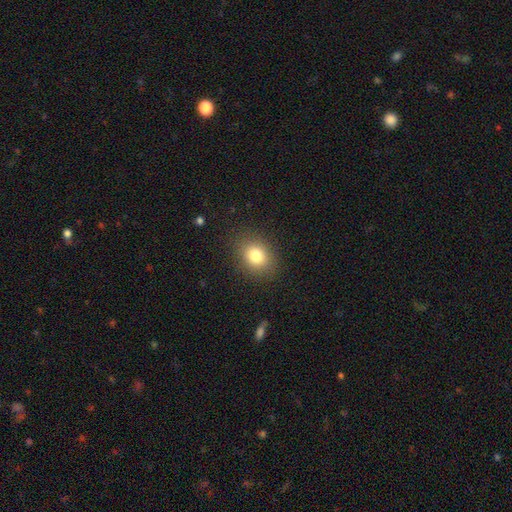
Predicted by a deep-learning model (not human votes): Q: Smooth or featured?
A: smooth (80%); runner-up: star or artifact (11%)
Q: How rounded?
A: round (52%); runner-up: in between (47%)
Q: Merging?
A: none (87%); runner-up: minor disturbance (9%)